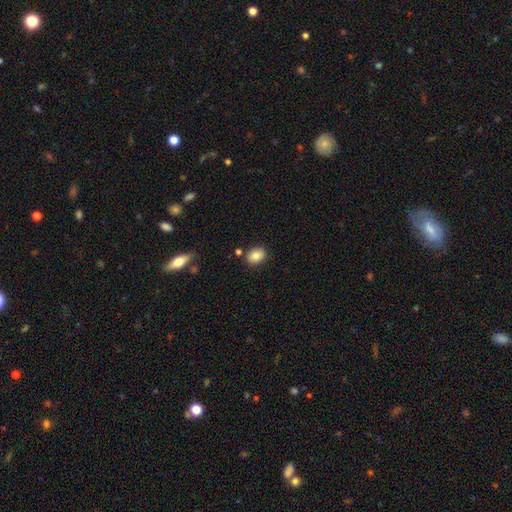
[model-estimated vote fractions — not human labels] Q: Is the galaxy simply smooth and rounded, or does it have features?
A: smooth — 83%.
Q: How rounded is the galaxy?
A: in between — 62%.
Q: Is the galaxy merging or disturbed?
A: none — 83%.